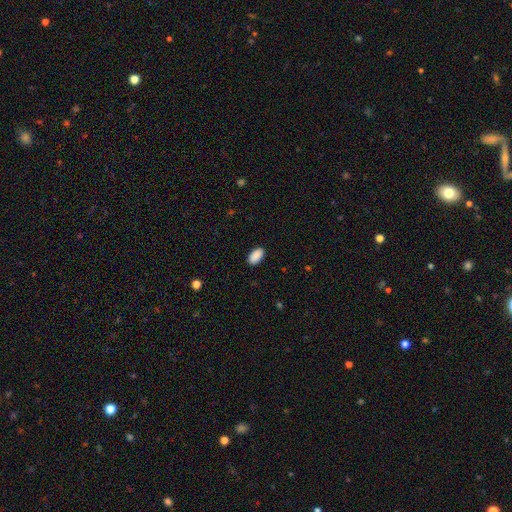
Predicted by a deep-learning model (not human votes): Morphology: type=smooth (90%); roundness=in between (95%); merging=none (89%).